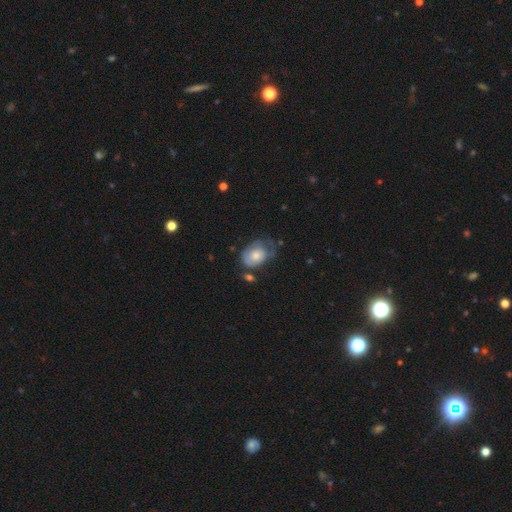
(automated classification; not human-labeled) smooth 60%, featured or disk 33%, star or artifact 7%. Down the decision tree: how rounded — in between (71%); merging — none (35%, tied with minor disturbance).